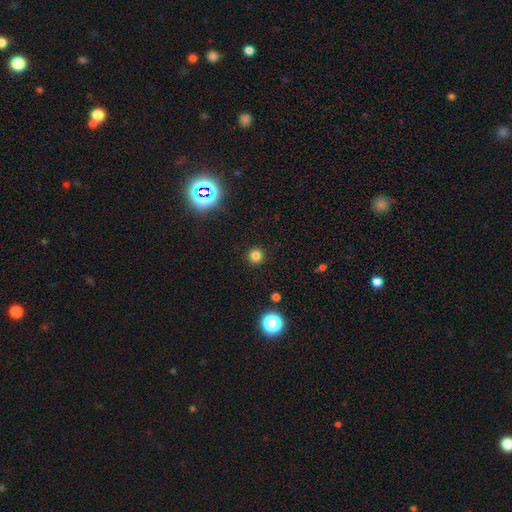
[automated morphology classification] Smooth or featured?
  - smooth: 79% *
  - star or artifact: 17%
  - featured or disk: 5%
How rounded?
  - round: 95% *
  - in between: 4%
  - cigar-shaped: 1%
Merging?
  - none: 92% *
  - minor disturbance: 5%
  - major disturbance: 2%
  - merger: 1%